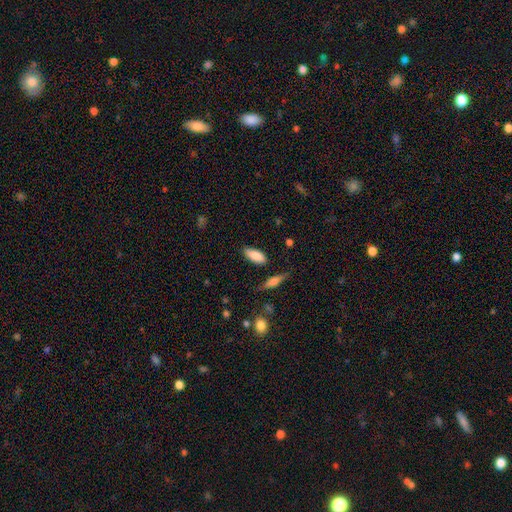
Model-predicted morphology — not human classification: Smooth or featured? smooth (86%)
How rounded? in between (85%)
Merging? none (79%)